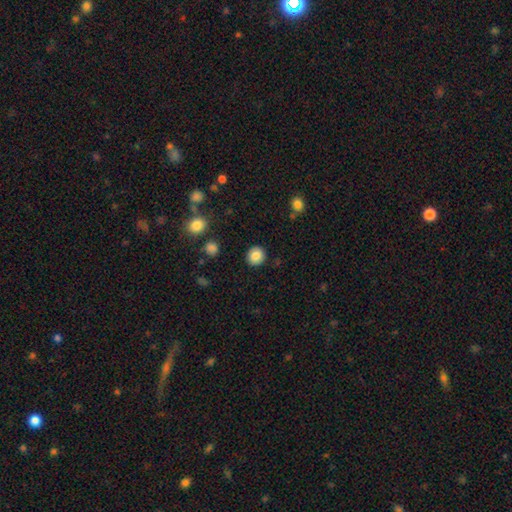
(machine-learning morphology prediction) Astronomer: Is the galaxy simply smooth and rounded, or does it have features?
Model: smooth — 85%.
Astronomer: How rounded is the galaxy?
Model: round — 88%.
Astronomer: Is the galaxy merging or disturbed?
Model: none — 91%.